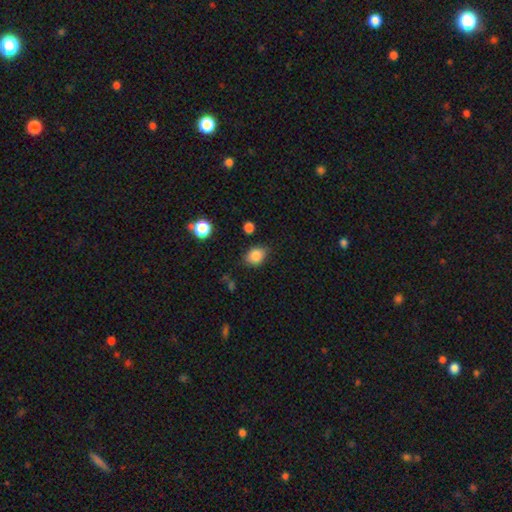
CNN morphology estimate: Q: Smooth or featured?
A: smooth (85%); runner-up: star or artifact (10%)
Q: How rounded?
A: in between (65%); runner-up: round (34%)
Q: Merging?
A: none (77%); runner-up: minor disturbance (17%)